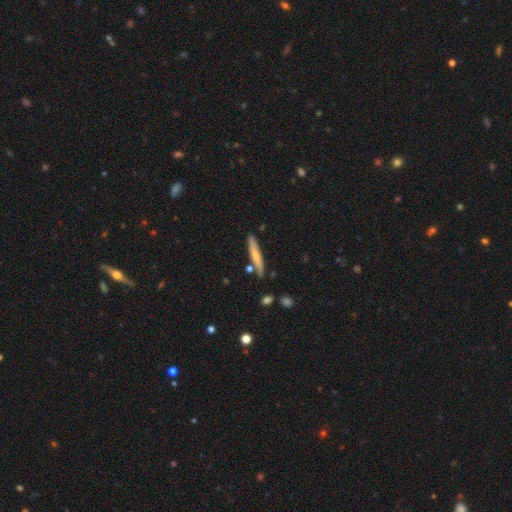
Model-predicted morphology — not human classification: smooth 67%, featured or disk 27%, star or artifact 6%. Down the decision tree: how rounded — cigar-shaped (93%); merging — none (82%).